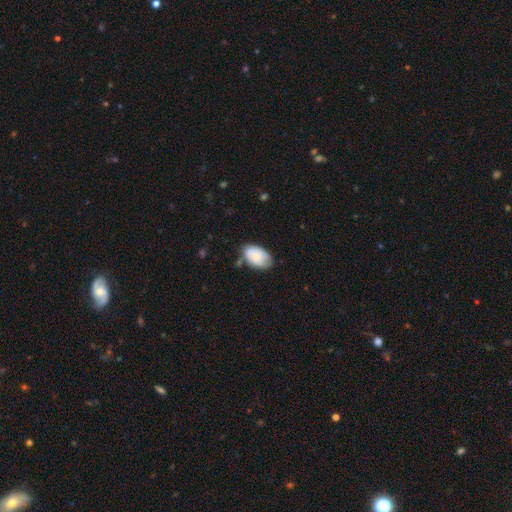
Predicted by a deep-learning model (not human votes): Morphology: type=smooth (68%); roundness=in between (91%); merging=none (59%).